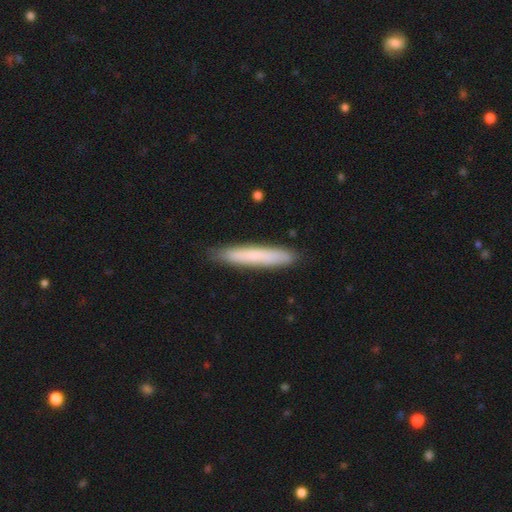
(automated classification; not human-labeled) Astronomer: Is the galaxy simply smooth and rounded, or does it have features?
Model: smooth — 71%.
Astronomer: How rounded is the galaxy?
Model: cigar-shaped — 94%.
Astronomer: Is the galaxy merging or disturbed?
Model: none — 88%.